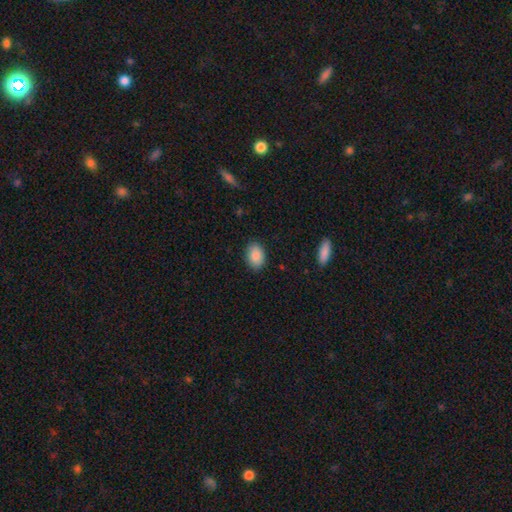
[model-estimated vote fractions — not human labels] A smooth galaxy with no disk features (88%) that is in between round and cigar-shaped (83%). Merging: none (87%).